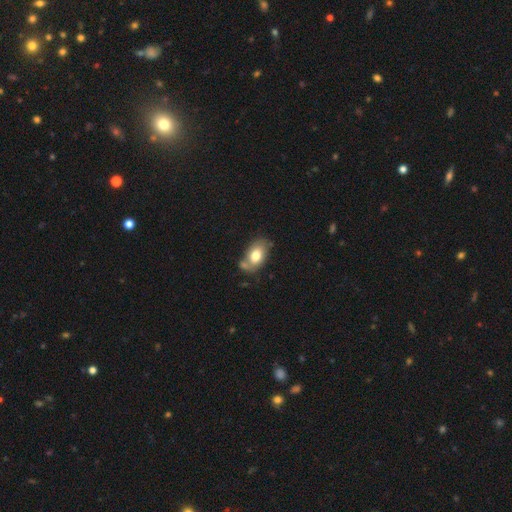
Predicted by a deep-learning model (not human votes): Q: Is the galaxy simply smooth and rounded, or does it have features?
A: smooth — 75%.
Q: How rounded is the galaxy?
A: in between — 87%.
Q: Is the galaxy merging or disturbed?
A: none — 58%.